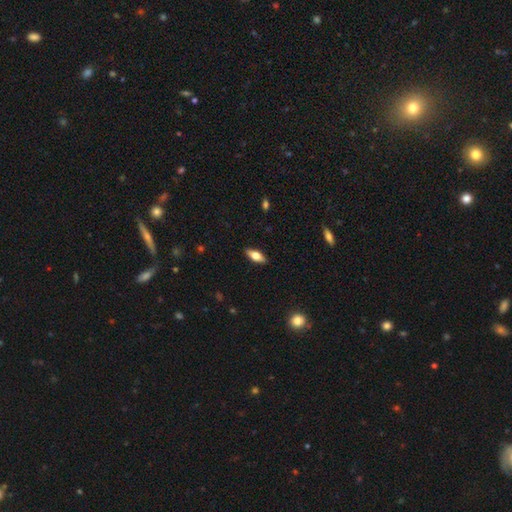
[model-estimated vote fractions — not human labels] Smooth or featured: smooth — 54% (featured or disk — 39%)
How rounded: in between — 72% (cigar-shaped — 25%)
Merging: none — 89% (minor disturbance — 8%)